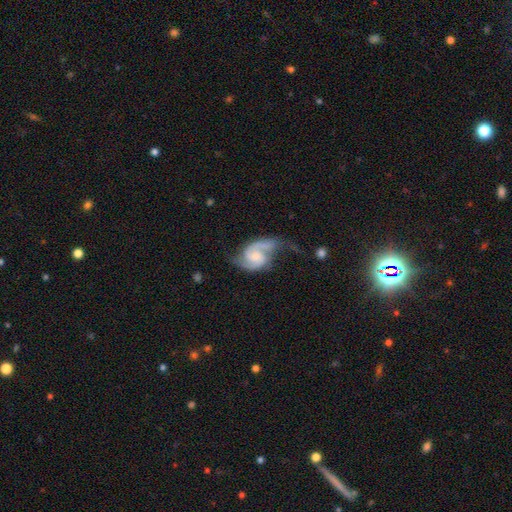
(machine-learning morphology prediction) A featured or disk galaxy (86%) with no bar (49%), 2 (89%) medium (50%) spiral arms (97%) and no central bulge (34%). Merging: none (40%).